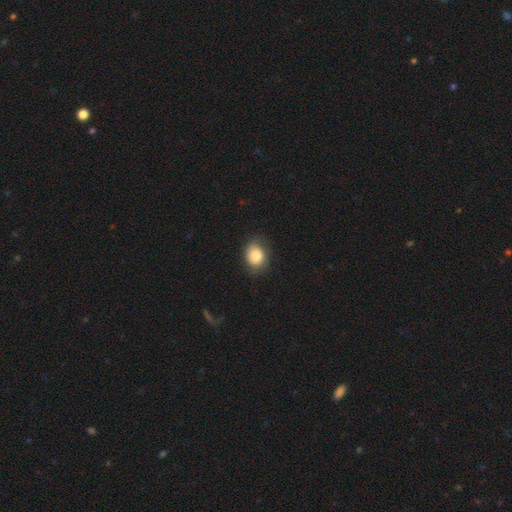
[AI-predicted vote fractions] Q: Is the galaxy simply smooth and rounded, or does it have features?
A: smooth — 84%.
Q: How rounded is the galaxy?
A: in between — 55%.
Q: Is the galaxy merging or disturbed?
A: none — 71%.